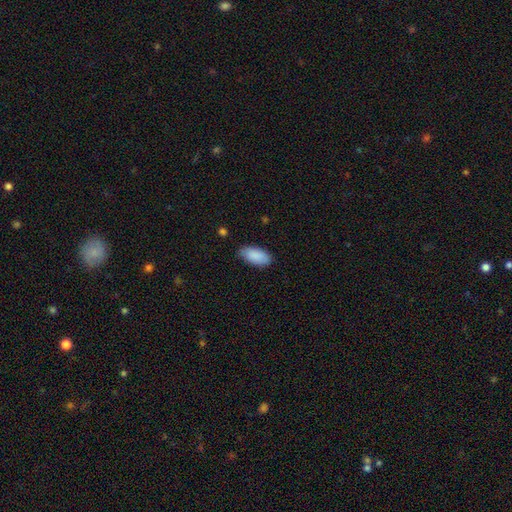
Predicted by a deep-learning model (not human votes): A smooth galaxy with no disk features (88%) that is in between round and cigar-shaped (92%). Merging: none (78%).